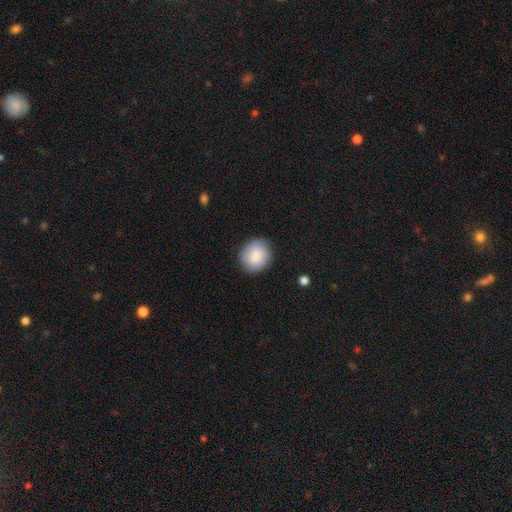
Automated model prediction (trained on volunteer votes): Smooth or featured?
  - smooth: 84% *
  - featured or disk: 9%
  - star or artifact: 6%
How rounded?
  - round: 82% *
  - in between: 17%
  - cigar-shaped: 1%
Merging?
  - none: 86% *
  - minor disturbance: 11%
  - major disturbance: 3%
  - merger: 1%